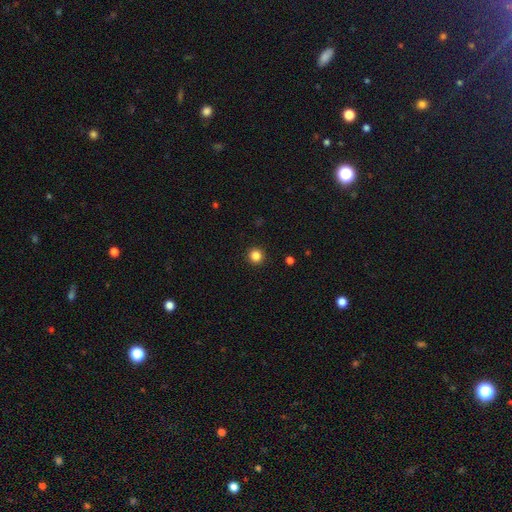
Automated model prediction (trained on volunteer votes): Overall: smooth (85%). How rounded: round (96%). Merging: none (93%).